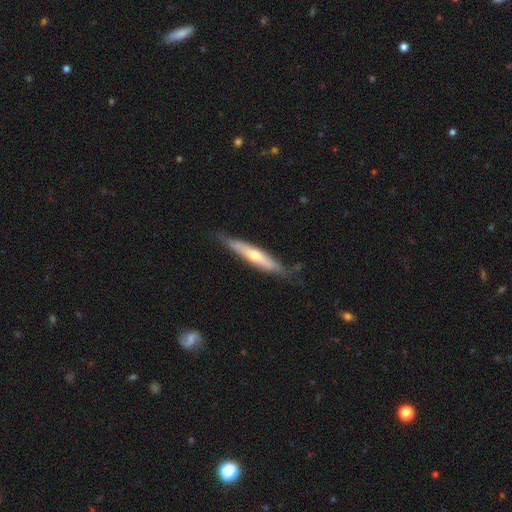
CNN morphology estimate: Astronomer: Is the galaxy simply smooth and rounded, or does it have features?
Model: featured or disk — 52% (runner-up: smooth, 43%).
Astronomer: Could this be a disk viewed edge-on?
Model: yes — 82%.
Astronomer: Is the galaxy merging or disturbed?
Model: none — 73%.